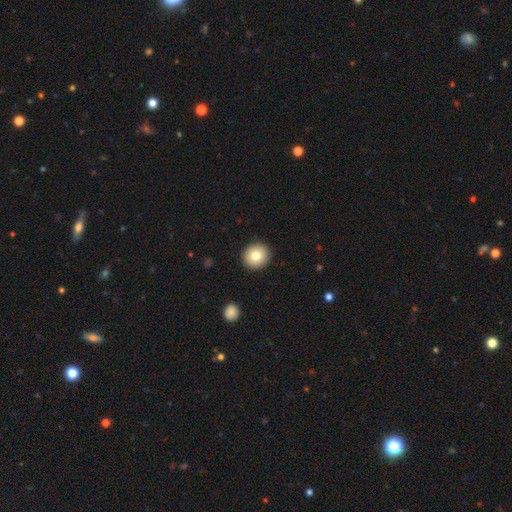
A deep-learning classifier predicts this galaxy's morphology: smooth-or-featured: smooth: 79% | featured or disk: 12% | star or artifact: 9%
  how-rounded: round: 89% | in between: 10% | cigar-shaped: 1%
  merging: none: 92% | minor disturbance: 5% | major disturbance: 2% | merger: 1%